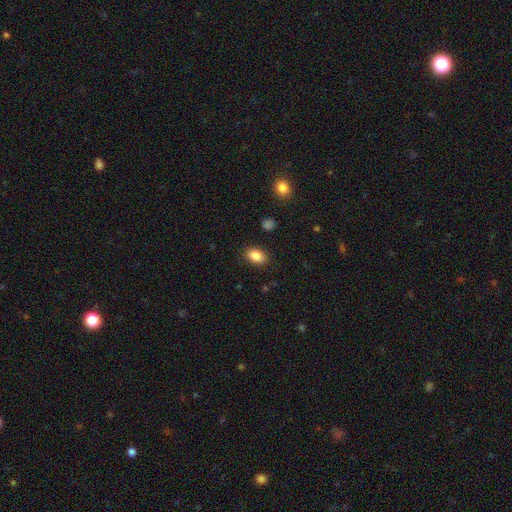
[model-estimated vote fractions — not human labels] Smooth or featured?
  - smooth: 86% *
  - star or artifact: 8%
  - featured or disk: 6%
How rounded?
  - in between: 86% *
  - round: 13%
  - cigar-shaped: 1%
Merging?
  - none: 87% *
  - minor disturbance: 9%
  - major disturbance: 2%
  - merger: 1%